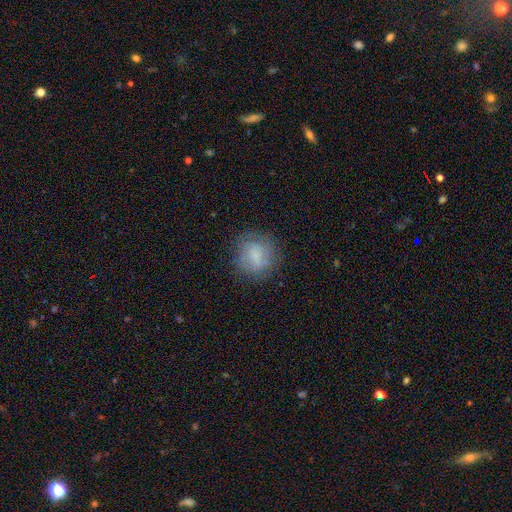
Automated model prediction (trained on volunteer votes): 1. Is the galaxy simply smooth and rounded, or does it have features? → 69% smooth, 22% featured or disk, 9% star or artifact.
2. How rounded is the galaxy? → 82% round, 17% in between, 1% cigar-shaped.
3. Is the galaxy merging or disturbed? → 71% none, 18% minor disturbance, 8% major disturbance, 2% merger.